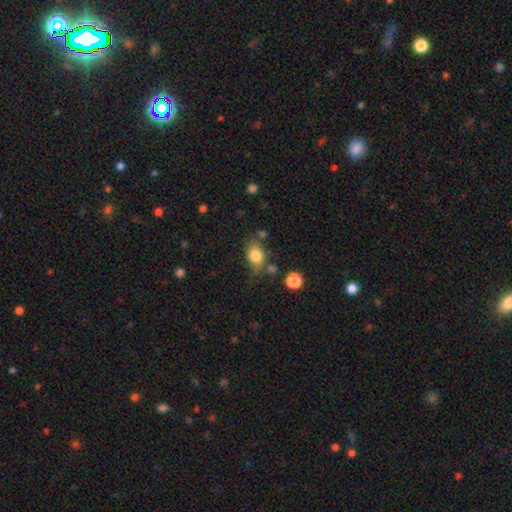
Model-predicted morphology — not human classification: type=smooth (80%); roundness=in between (69%); merging=none (62%).